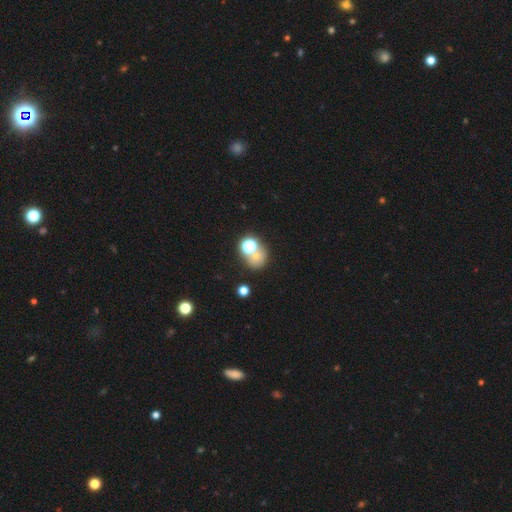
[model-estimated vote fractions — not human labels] Morphology: type=smooth (58%); roundness=round (72%); merging=none (50%).